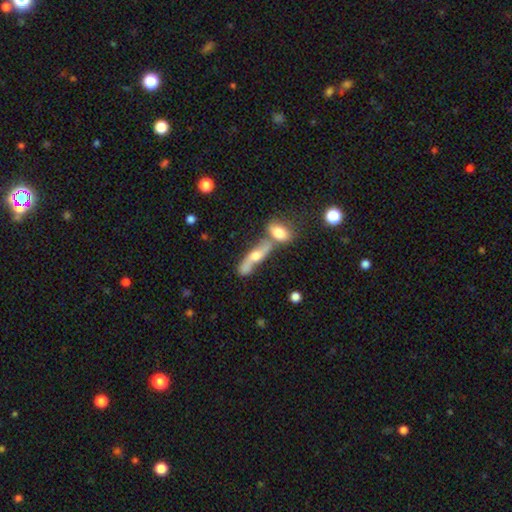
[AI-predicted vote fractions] Smooth or featured?
  - featured or disk: 53% *
  - smooth: 35%
  - star or artifact: 12%
Edge-on disk?
  - yes: 64% *
  - no: 36%
Merging?
  - merger: 52% *
  - none: 32%
  - minor disturbance: 10%
  - major disturbance: 7%